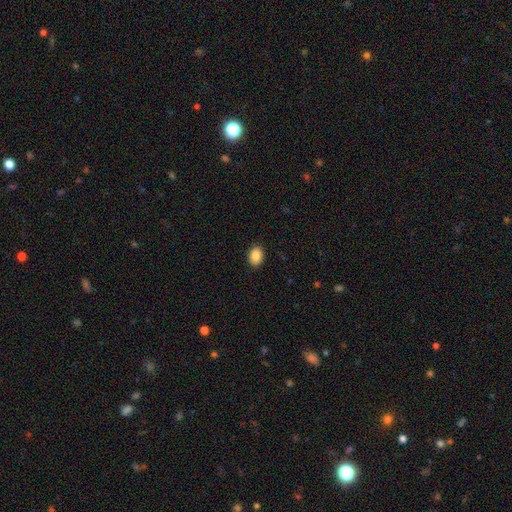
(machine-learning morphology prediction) Smooth or featured: smooth — 89% (star or artifact — 8%)
How rounded: in between — 77% (round — 22%)
Merging: none — 90% (minor disturbance — 8%)